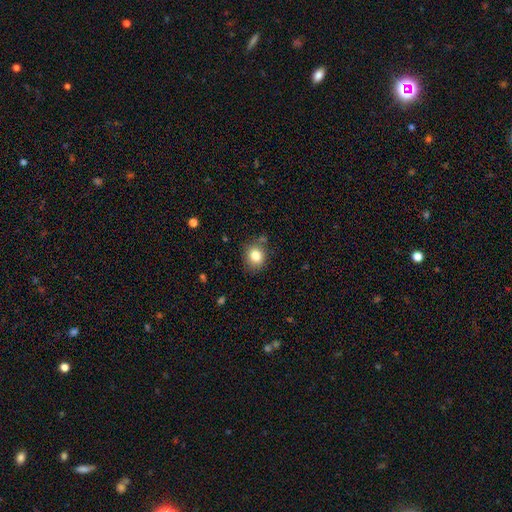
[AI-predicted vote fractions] Overall: smooth (82%). How rounded: round (68%; in between 31%). Merging: none (77%).